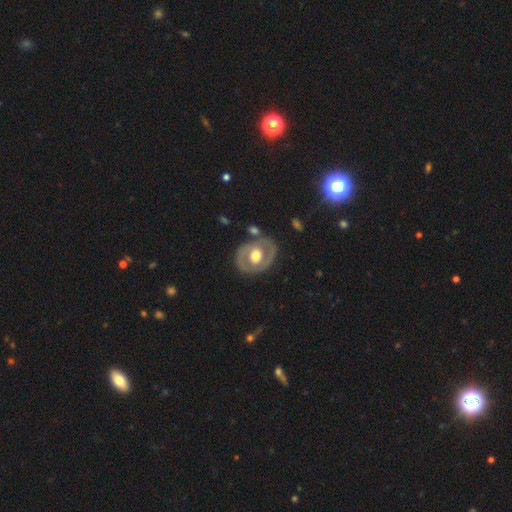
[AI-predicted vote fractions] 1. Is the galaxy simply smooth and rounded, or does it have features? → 63% featured or disk, 32% smooth, 5% star or artifact.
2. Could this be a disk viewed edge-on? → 94% no, 6% yes.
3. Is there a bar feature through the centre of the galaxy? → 69% no, 22% weak, 9% strong.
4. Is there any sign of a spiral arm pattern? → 69% no, 31% yes.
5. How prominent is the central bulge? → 57% moderate, 36% large, 4% small, 2% dominant, 1% none.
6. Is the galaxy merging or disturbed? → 73% none, 15% minor disturbance, 6% major disturbance, 5% merger.